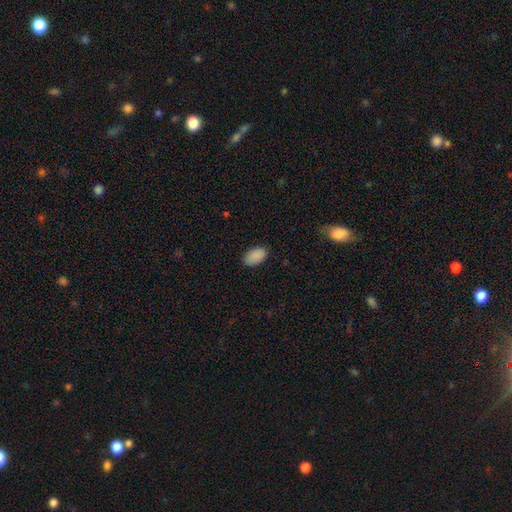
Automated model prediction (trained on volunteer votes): smooth-or-featured: smooth: 90% | star or artifact: 7% | featured or disk: 3%
  how-rounded: in between: 93% | round: 5% | cigar-shaped: 1%
  merging: none: 86% | minor disturbance: 11% | major disturbance: 2% | merger: 1%